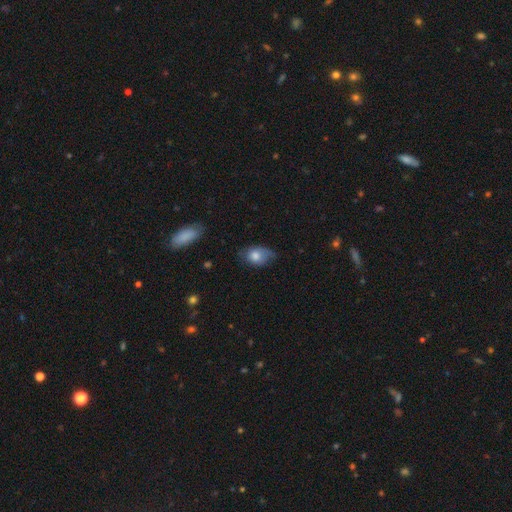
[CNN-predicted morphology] This appears to be a smooth galaxy with no disk features (75%) that is in between round and cigar-shaped (78%). Merging: none (49%).